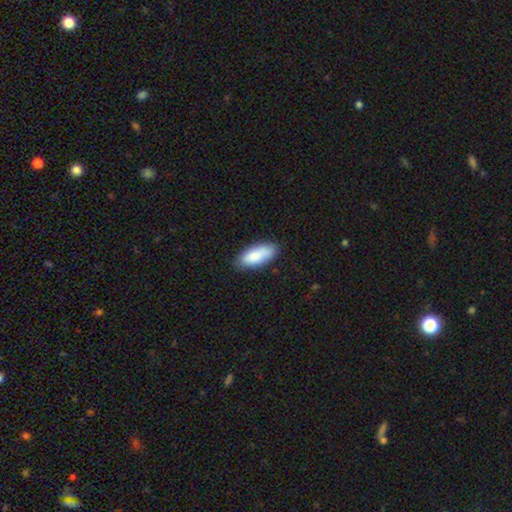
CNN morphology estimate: Smooth or featured? smooth (86%)
How rounded? in between (85%)
Merging? none (82%)